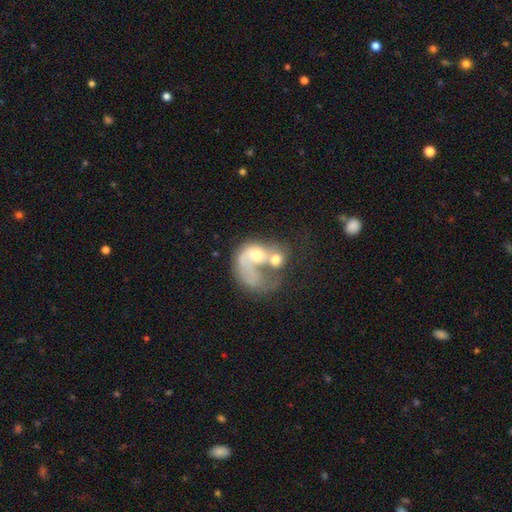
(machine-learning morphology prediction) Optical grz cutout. It shows a featured or disk galaxy (60%) with no bar (78%), spiral arms (60%) and a moderate central bulge (52%). Merging: merger (63%).